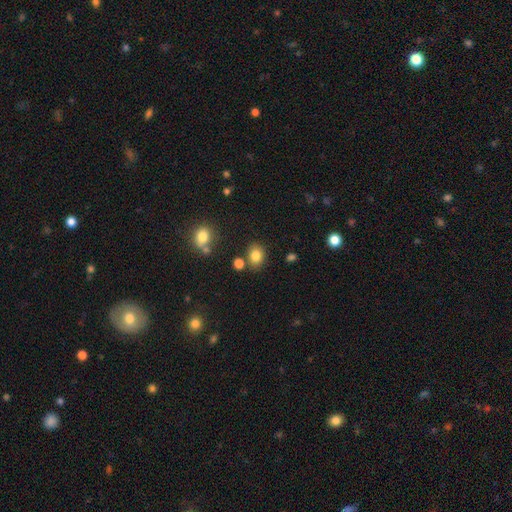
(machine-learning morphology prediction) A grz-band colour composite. It shows a smooth galaxy with no disk features (82%) that is round (53%). Merging: none (76%).